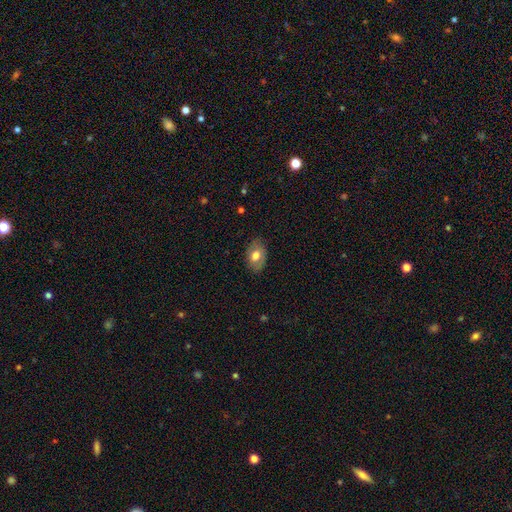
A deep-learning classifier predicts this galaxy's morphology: smooth 71%, featured or disk 22%, star or artifact 7%. Down the decision tree: how rounded — in between (86%); merging — none (82%).